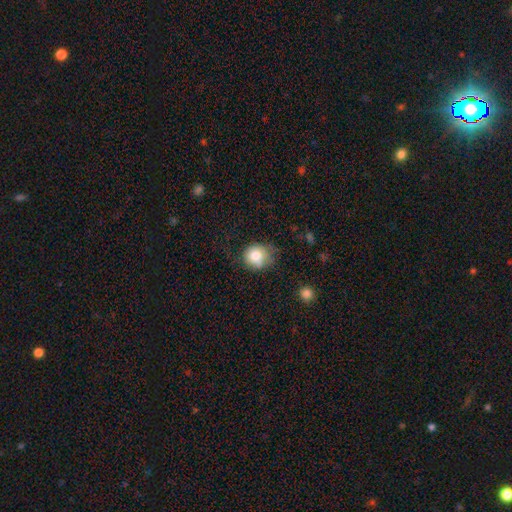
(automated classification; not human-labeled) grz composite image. It shows a smooth galaxy with no disk features (79%) that is round (76%). Merging: none (57%).